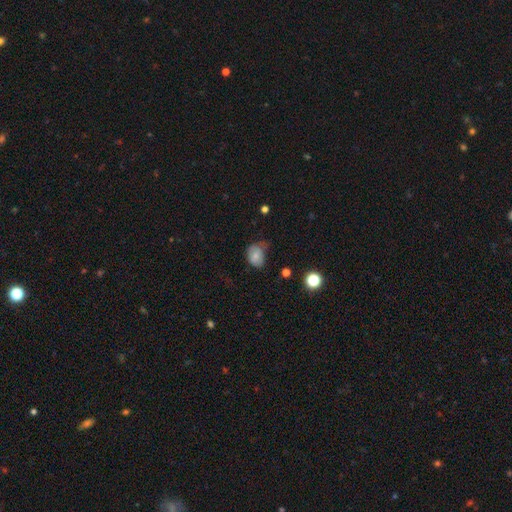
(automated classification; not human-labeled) Smooth or featured: smooth — 77% (featured or disk — 13%)
How rounded: in between — 63% (round — 36%)
Merging: minor disturbance — 41% (tied with none — 41%)